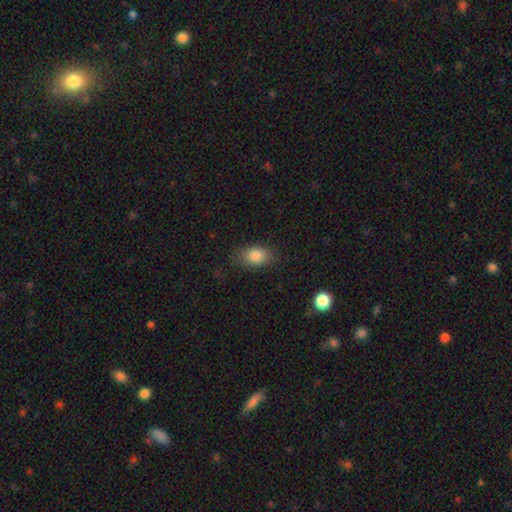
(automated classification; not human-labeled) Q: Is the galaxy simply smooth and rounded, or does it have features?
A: smooth — 84%.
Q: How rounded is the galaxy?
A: in between — 83%.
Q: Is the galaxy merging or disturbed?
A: none — 79%.